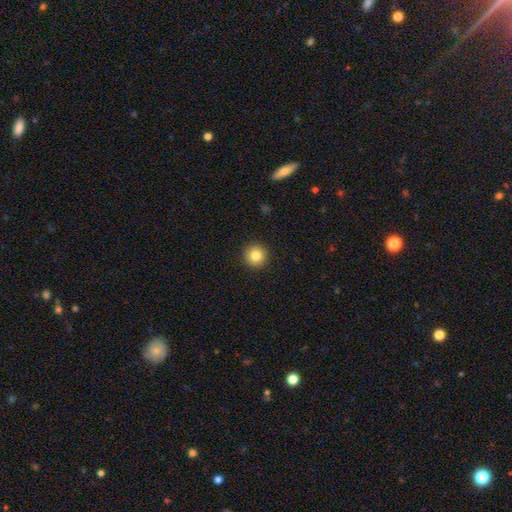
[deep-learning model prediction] This appears to be a smooth galaxy with no disk features (83%) that is round (95%). Merging: none (93%).